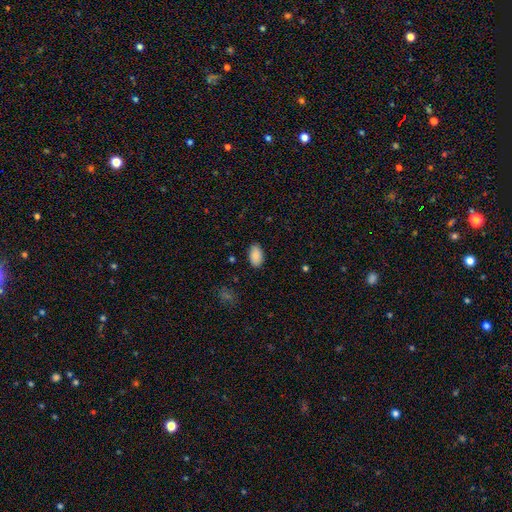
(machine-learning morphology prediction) A smooth galaxy with no disk features (89%) that is in between round and cigar-shaped (94%). Merging: none (87%).